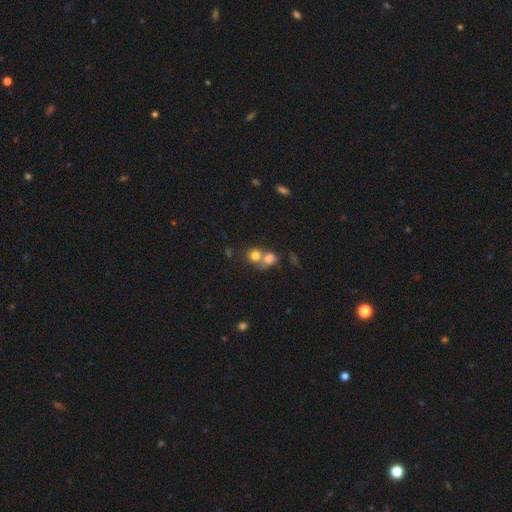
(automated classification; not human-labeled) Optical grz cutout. It shows a smooth galaxy with no disk features (77%) that is round (78%). Merging: merger (57%).